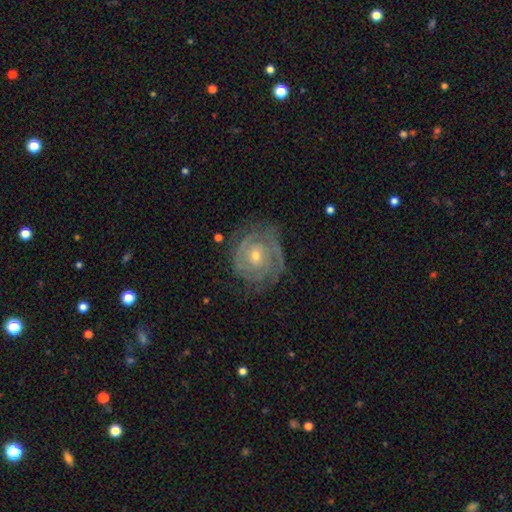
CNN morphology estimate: This is clearly a featured or disk galaxy (86%). It is clearly not viewed edge-on (98%). Bar: likely no (65%). Spiral arm pattern: clearly yes (94%). Spiral arm count: marginally 2 (34%). Spiral winding: likely tight (76%). Central bulge: possibly small (56%). Merging: likely none (73%).